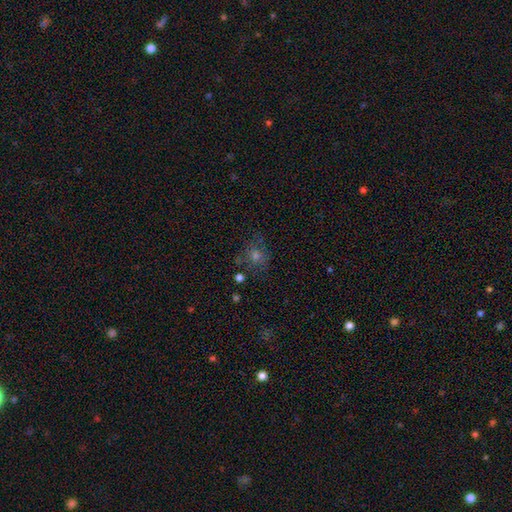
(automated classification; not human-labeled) Morphology: type=smooth (47%); merging=none (70%).